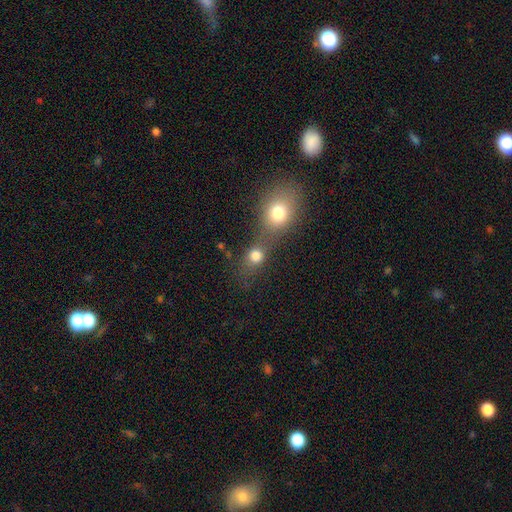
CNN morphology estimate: Smooth or featured? smooth (78%)
How rounded? round (68%)
Merging? merger (56%)